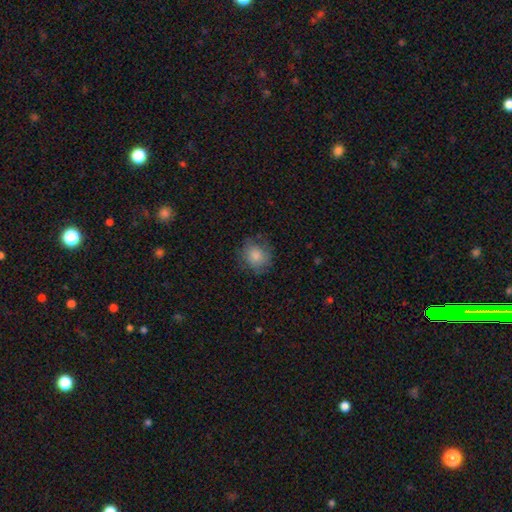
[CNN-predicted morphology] The model was most divided on "merging": none: 74%, minor disturbance: 18%, major disturbance: 6%, merger: 1%. More confident: smooth or featured — smooth (82%); how rounded — round (79%).